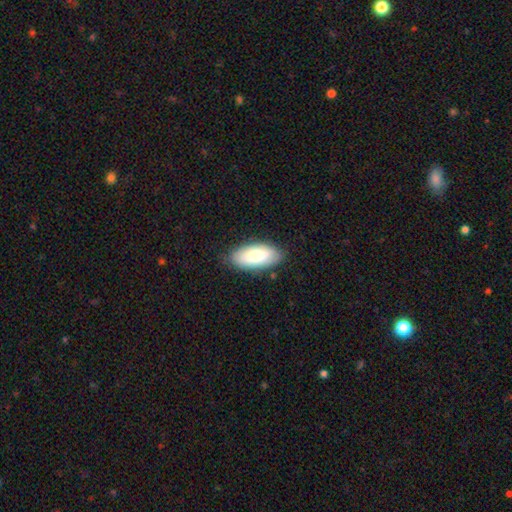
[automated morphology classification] This is clearly a smooth galaxy (81%). How rounded: clearly in between (90%). Merging: clearly none (82%).